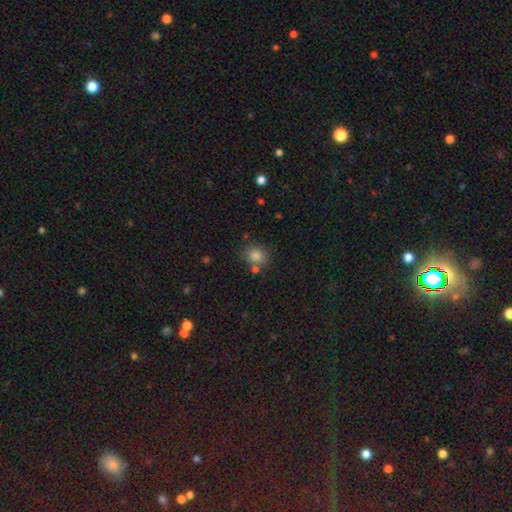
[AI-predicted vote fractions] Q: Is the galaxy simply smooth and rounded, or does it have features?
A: smooth — 81%.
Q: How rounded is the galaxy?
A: round — 76%.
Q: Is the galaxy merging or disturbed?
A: none — 73%.